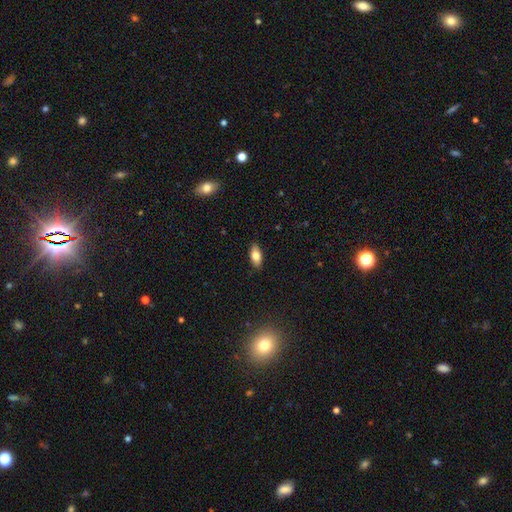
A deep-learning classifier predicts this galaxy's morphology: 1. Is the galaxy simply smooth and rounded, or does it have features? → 75% smooth, 17% featured or disk, 7% star or artifact.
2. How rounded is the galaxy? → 86% in between, 11% cigar-shaped, 3% round.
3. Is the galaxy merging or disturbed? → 87% none, 10% minor disturbance, 2% major disturbance, 1% merger.